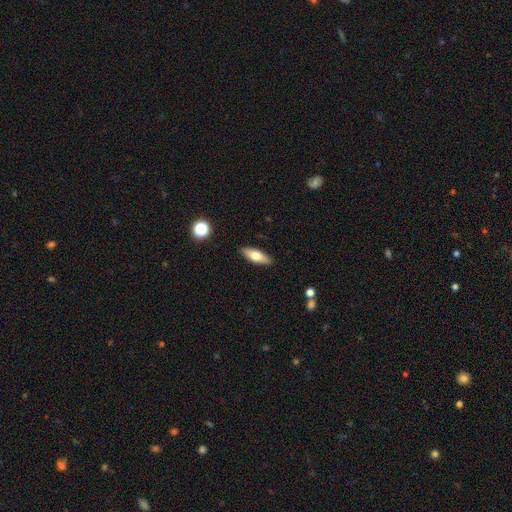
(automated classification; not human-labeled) Morphology: type=smooth (63%); roundness=in between (60%); merging=none (89%).